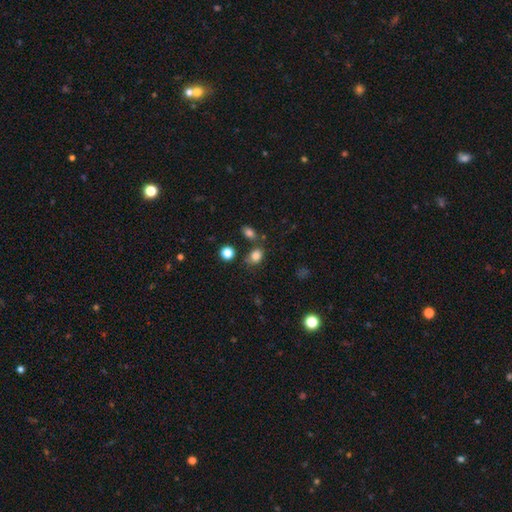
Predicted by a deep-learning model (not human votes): Smooth or featured?
  - smooth: 82% *
  - star or artifact: 12%
  - featured or disk: 5%
How rounded?
  - in between: 59% *
  - round: 40%
  - cigar-shaped: 1%
Merging?
  - none: 62% *
  - minor disturbance: 19%
  - merger: 12%
  - major disturbance: 7%